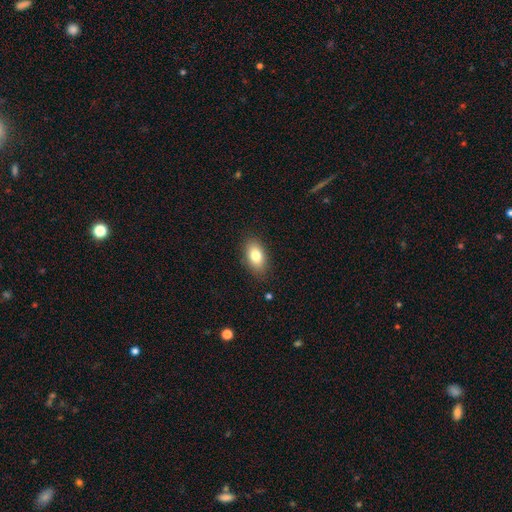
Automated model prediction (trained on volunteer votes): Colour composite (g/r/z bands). It shows a smooth galaxy with no disk features (81%) that is in between round and cigar-shaped (90%). Merging: none (86%).